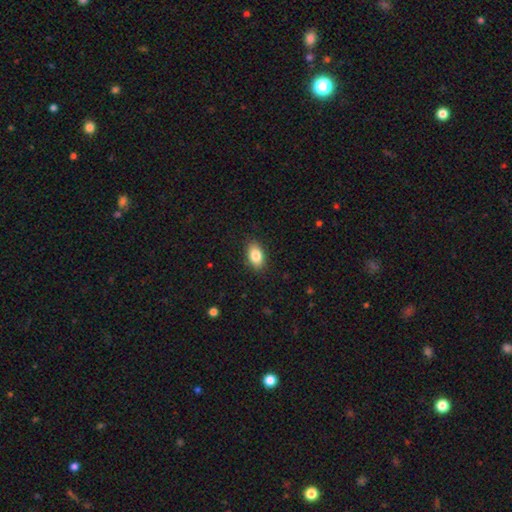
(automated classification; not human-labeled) A smooth galaxy with no disk features (84%) that is in between round and cigar-shaped (91%). Merging: none (87%).